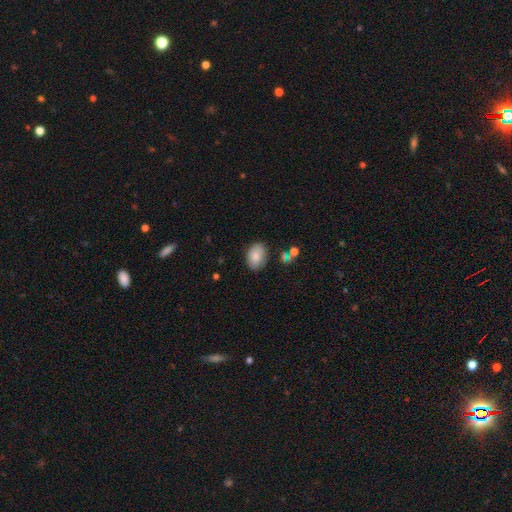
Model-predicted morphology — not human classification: Overall: smooth (82%). How rounded: in between (84%). Merging: none (80%).